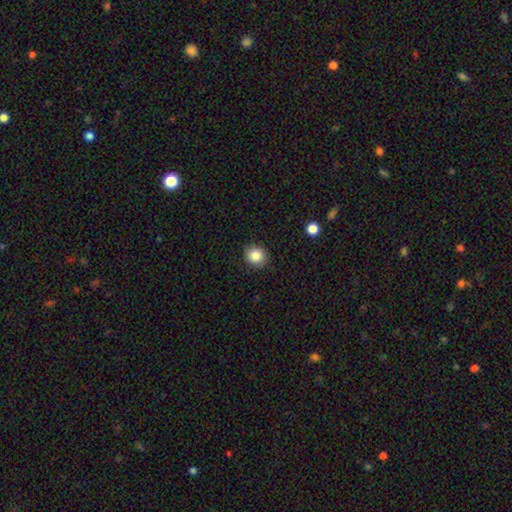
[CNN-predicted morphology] smooth_or_featured: smooth (p=0.85) [alt: star or artifact p=0.10]
how_rounded: round (p=0.85) [alt: in between p=0.14]
merging: none (p=0.88) [alt: minor disturbance p=0.08]